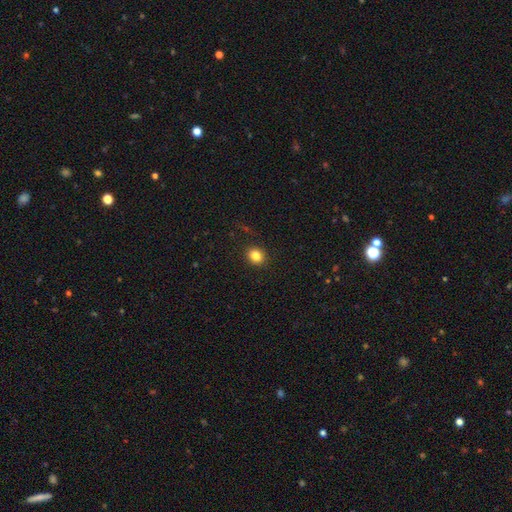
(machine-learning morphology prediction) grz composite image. It shows a smooth galaxy with no disk features (83%) that is round (67%). Merging: none (90%).